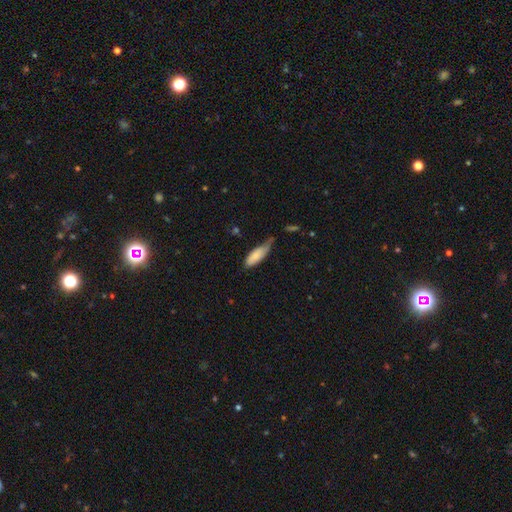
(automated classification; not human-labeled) Smooth or featured?
  - smooth: 82% *
  - featured or disk: 12%
  - star or artifact: 6%
How rounded?
  - in between: 62% *
  - cigar-shaped: 37%
  - round: 2%
Merging?
  - minor disturbance: 43% *
  - none: 38%
  - major disturbance: 12%
  - merger: 6%